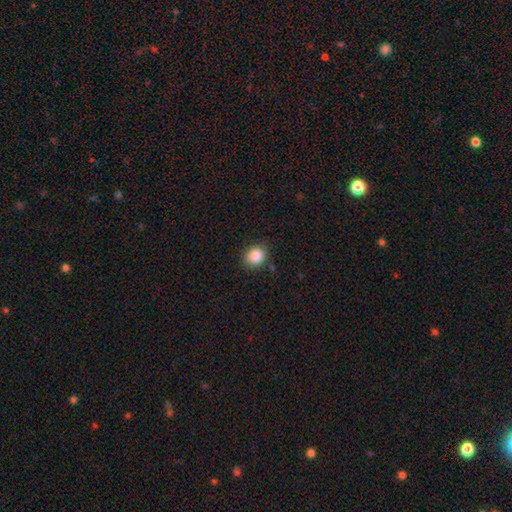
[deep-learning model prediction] A smooth galaxy with no disk features (86%) that is round (66%).

Vote fractions:
- Smooth or featured? smooth: 86% / star or artifact: 9% / featured or disk: 4%
- How rounded? round: 66% / in between: 33% / cigar-shaped: 1%
- Merging? none: 84% / minor disturbance: 11% / major disturbance: 3% / merger: 2%